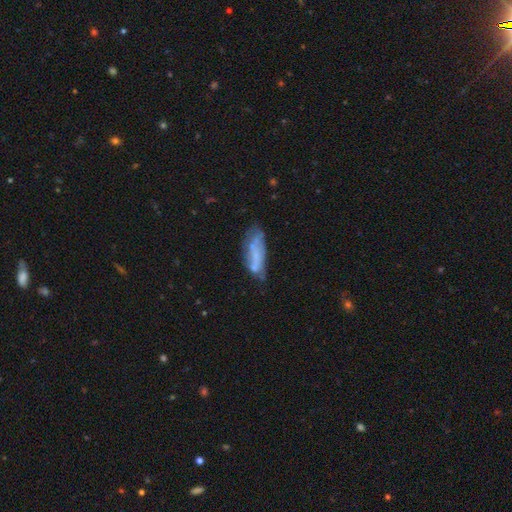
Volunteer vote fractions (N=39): This appears to be a featured or disk galaxy (69%) with no bar (92%), no spiral arms (88%) and no central bulge (72%). Merging: minor disturbance (36%).